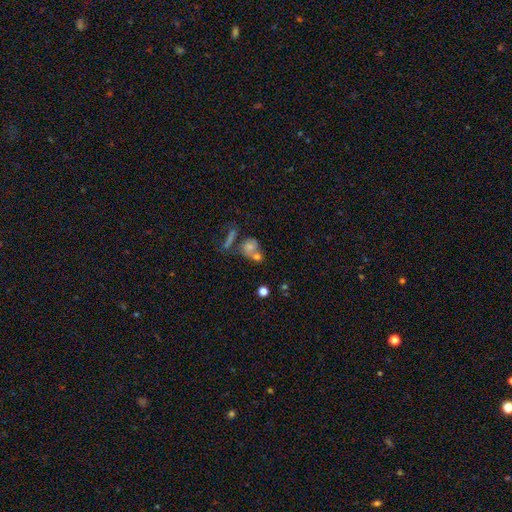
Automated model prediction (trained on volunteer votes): A smooth galaxy with no disk features (55%) that is round (61%). Merging: merger (41%).